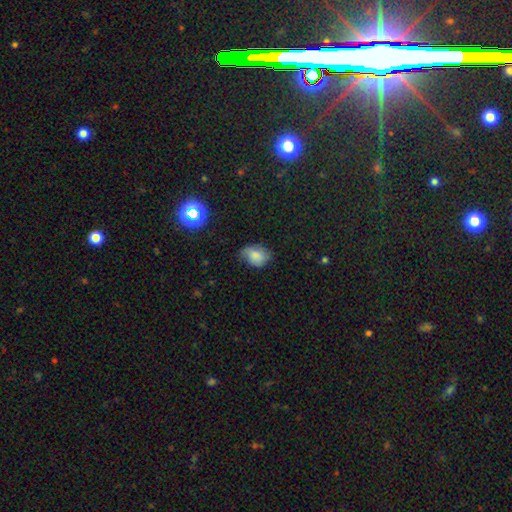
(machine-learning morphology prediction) Smooth or featured? smooth (72%)
How rounded? in between (66%)
Merging? none (54%)